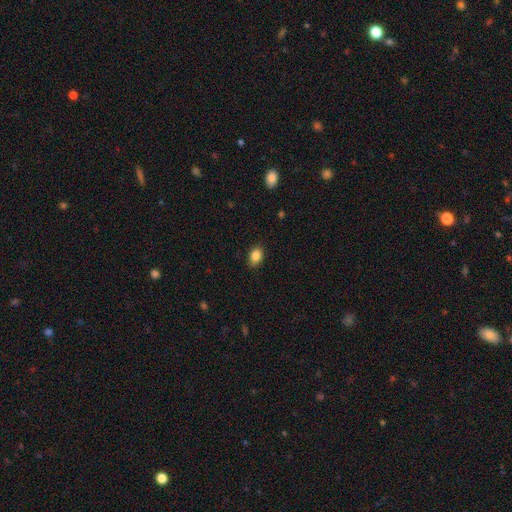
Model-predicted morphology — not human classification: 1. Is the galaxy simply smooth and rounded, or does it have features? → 86% smooth, 9% star or artifact, 5% featured or disk.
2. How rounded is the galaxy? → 77% in between, 22% round, 1% cigar-shaped.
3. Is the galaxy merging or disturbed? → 85% none, 12% minor disturbance, 2% major disturbance, 1% merger.